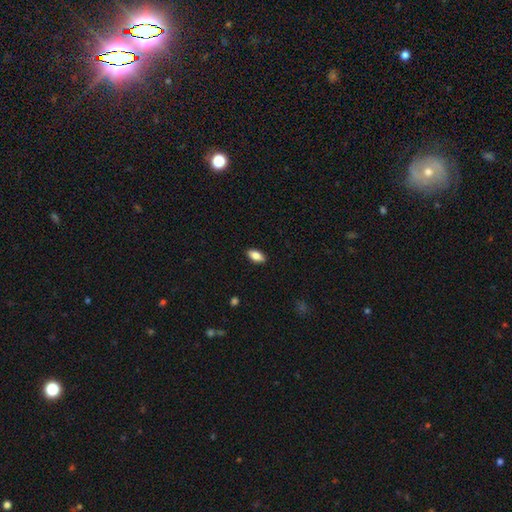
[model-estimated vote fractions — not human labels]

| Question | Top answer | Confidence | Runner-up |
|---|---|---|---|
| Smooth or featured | smooth | 82% | featured or disk (11%) |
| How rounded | in between | 89% | cigar-shaped (8%) |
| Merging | none | 89% | minor disturbance (8%) |